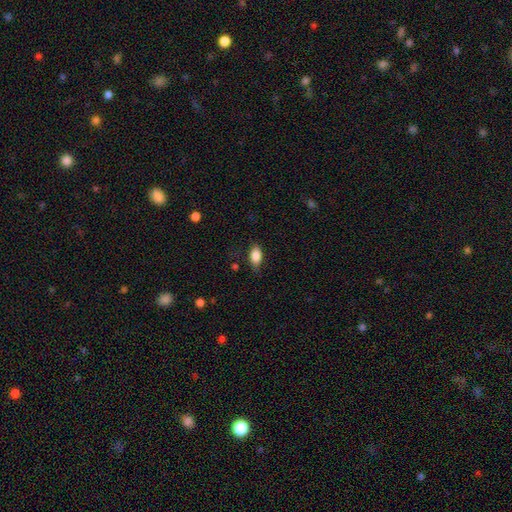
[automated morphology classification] Smooth or featured: smooth — 86% (star or artifact — 7%)
How rounded: in between — 89% (round — 7%)
Merging: none — 75% (minor disturbance — 19%)